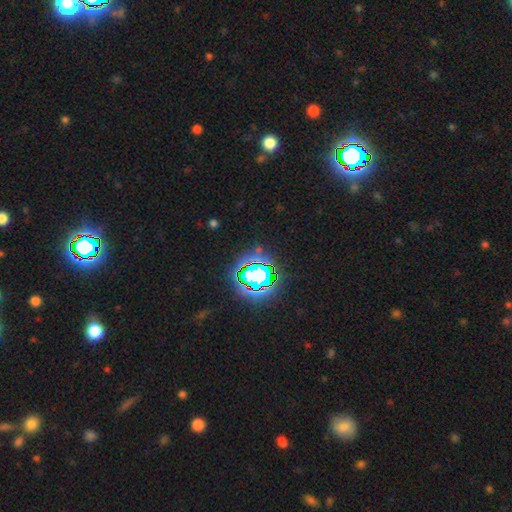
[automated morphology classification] Smooth or featured?
  - star or artifact: 81% *
  - smooth: 11%
  - featured or disk: 7%